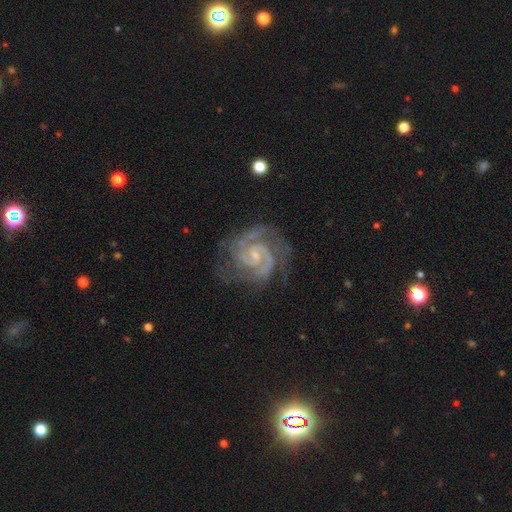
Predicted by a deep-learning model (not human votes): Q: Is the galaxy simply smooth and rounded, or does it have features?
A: featured or disk — 92%.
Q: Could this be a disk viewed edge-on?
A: no — 98%.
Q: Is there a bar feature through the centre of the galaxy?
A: weak — 44%, tied with no.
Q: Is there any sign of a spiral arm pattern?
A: yes — 99%.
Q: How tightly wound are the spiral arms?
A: tight — 62%.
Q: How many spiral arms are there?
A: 2 — 73%.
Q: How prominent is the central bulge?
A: small — 75%.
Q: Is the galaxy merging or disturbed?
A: none — 72%.